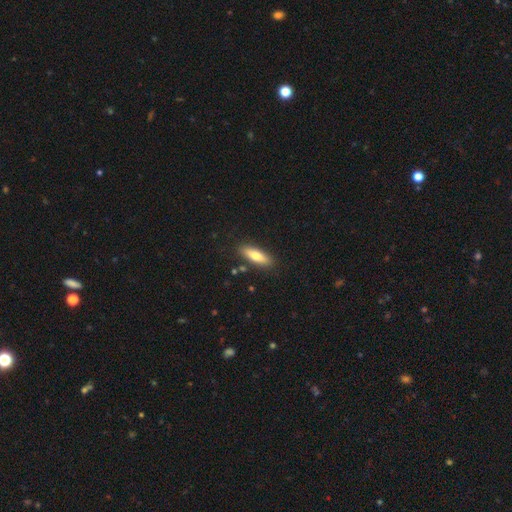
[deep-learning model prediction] Morphology: type=smooth (72%); roundness=in between (50%); merging=none (86%).